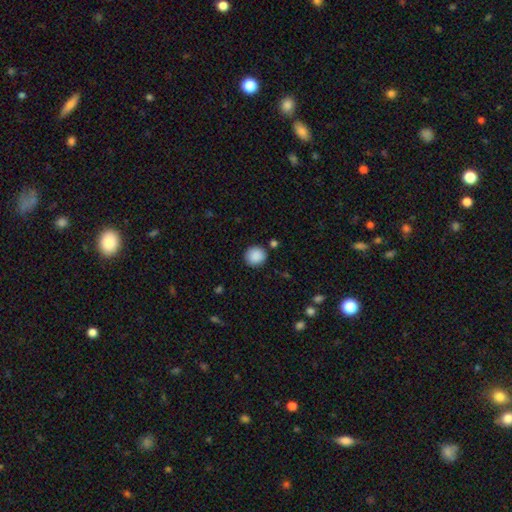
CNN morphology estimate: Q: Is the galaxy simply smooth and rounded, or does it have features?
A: smooth — 89%.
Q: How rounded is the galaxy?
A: round — 91%.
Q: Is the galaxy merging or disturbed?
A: none — 88%.